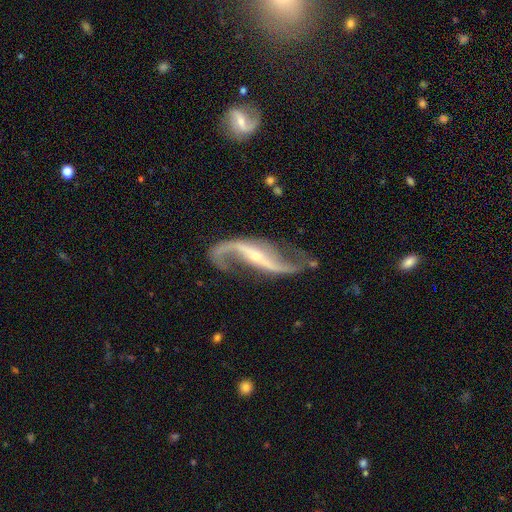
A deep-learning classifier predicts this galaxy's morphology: smooth-or-featured: featured or disk: 92% | star or artifact: 5% | smooth: 3%
  disk-edge-on: no: 94% | yes: 6%
    bar: strong: 51% | weak: 26% | no: 23%
    has-spiral-arms: yes: 97% | no: 3%
      spiral-winding: loose: 84% | medium: 13% | tight: 4%
      spiral-arm-count: 2: 93% | 1: 2% | can't tell: 1% | 3: 1% | 4: 1% | more than 4: 1%
    bulge-size: small: 76% | moderate: 19% | none: 3% | large: 1% | dominant: 1%
  merging: none: 71% | minor disturbance: 15% | major disturbance: 11% | merger: 3%